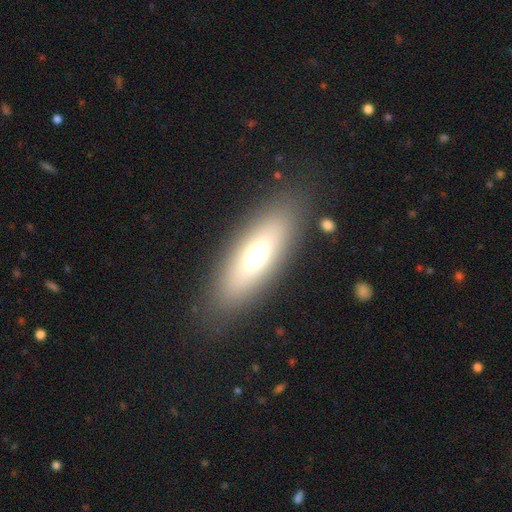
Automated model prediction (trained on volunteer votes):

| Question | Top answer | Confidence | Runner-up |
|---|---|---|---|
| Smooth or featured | smooth | 62% | featured or disk (29%) |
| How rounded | in between | 63% | cigar-shaped (35%) |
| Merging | none | 86% | minor disturbance (9%) |